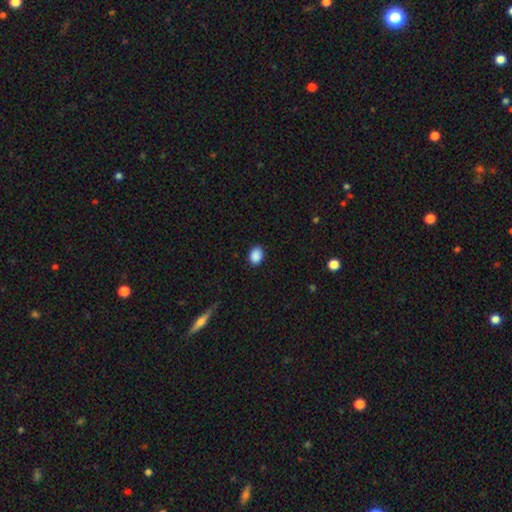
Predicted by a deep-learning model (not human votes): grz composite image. It shows a smooth galaxy with no disk features (89%) that is in between round and cigar-shaped (59%). Merging: none (86%).